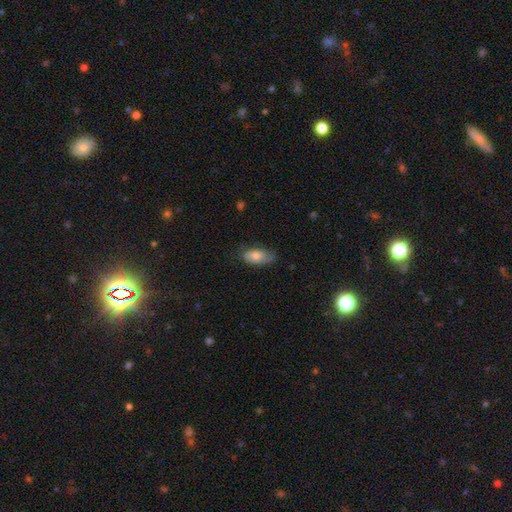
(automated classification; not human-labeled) Smooth or featured? Predicted: smooth (p=0.72). How rounded? Predicted: in between (p=0.91). Merging? Predicted: none (p=0.63).